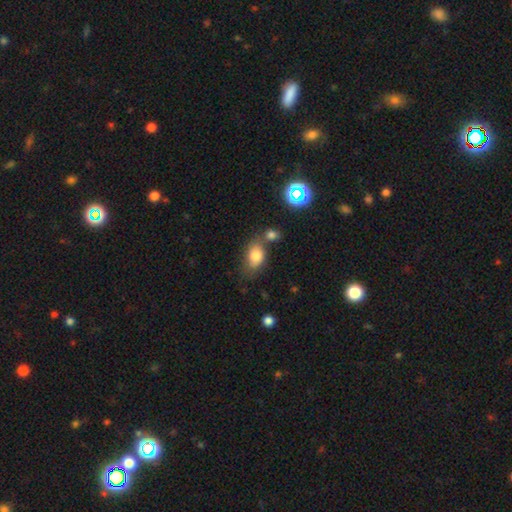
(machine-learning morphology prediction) smooth-or-featured: smooth: 79% | featured or disk: 11% | star or artifact: 10%
  how-rounded: in between: 82% | round: 17% | cigar-shaped: 2%
  merging: none: 52% | merger: 23% | minor disturbance: 19% | major disturbance: 6%